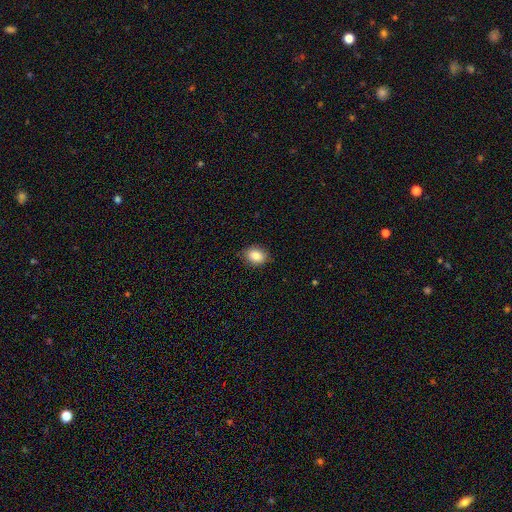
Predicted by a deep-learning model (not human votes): Smooth or featured? Predicted: smooth (p=0.86). How rounded? Predicted: in between (p=0.63). Merging? Predicted: none (p=0.84).